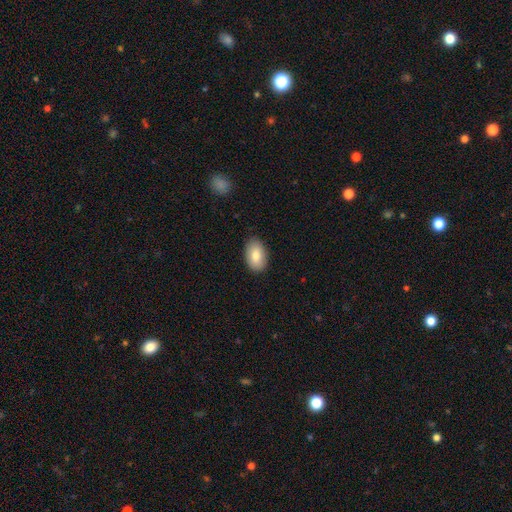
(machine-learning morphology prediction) smooth-or-featured: smooth: 82% | featured or disk: 12% | star or artifact: 7%
  how-rounded: in between: 92% | round: 7% | cigar-shaped: 1%
  merging: none: 87% | minor disturbance: 10% | major disturbance: 2% | merger: 1%